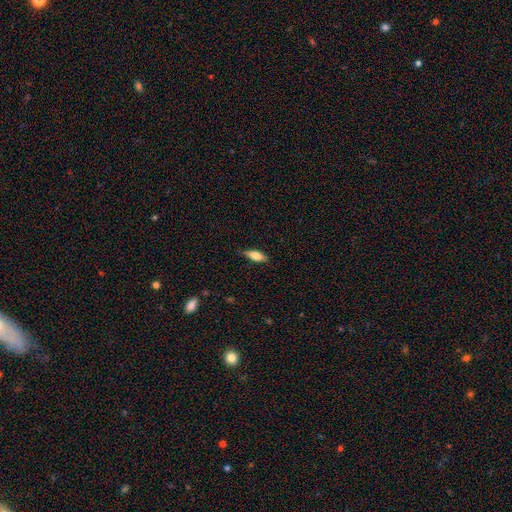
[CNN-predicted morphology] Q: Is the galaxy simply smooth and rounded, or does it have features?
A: smooth — 76%.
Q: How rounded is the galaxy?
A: in between — 67%.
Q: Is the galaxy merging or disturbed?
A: none — 80%.